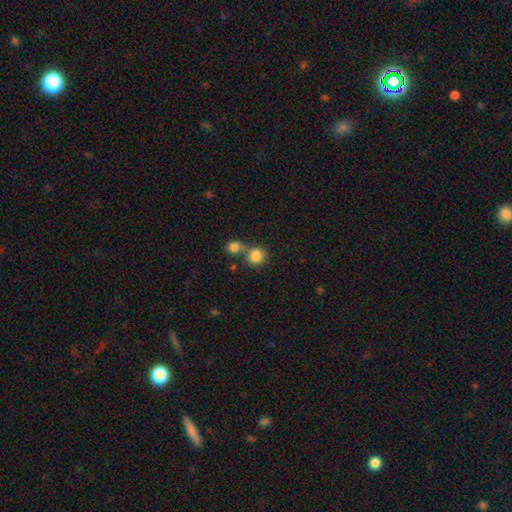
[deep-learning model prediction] Smooth or featured? smooth (83%)
How rounded? round (89%)
Merging? none (50%)